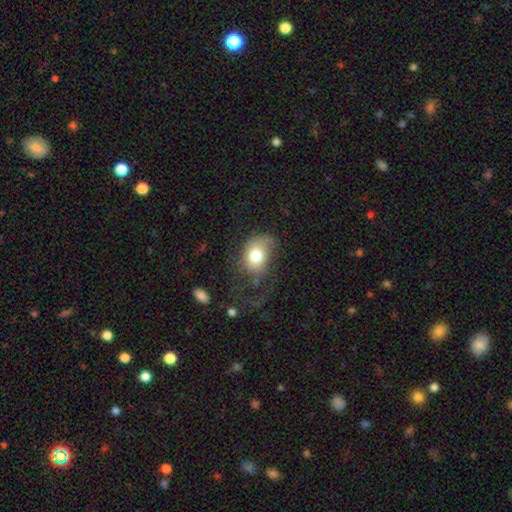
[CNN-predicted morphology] Overall: smooth (69%). How rounded: in between (60%; round 39%). Merging: major disturbance (38%; none 35%).